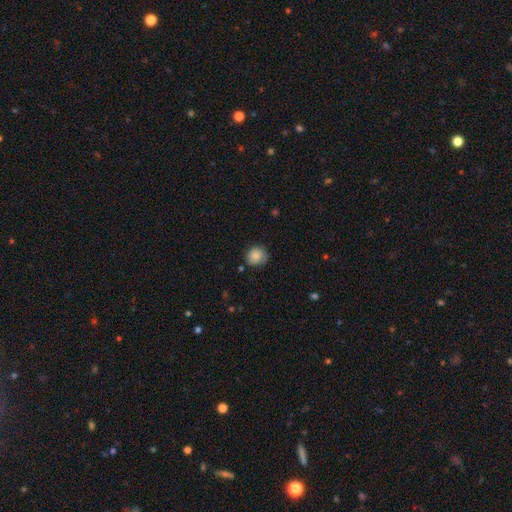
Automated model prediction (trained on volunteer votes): A smooth galaxy with no disk features (84%) that is round (81%).

Vote fractions:
- Smooth or featured? smooth: 84% / star or artifact: 8% / featured or disk: 7%
- How rounded? round: 81% / in between: 18% / cigar-shaped: 1%
- Merging? none: 72% / minor disturbance: 21% / major disturbance: 5% / merger: 2%